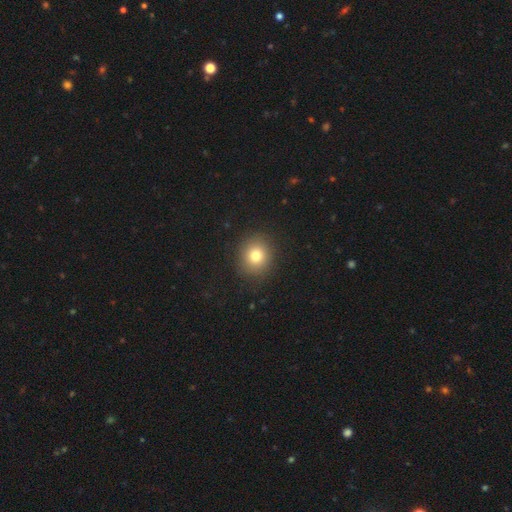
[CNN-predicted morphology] Overall: smooth (78%). How rounded: round (83%). Merging: none (89%).